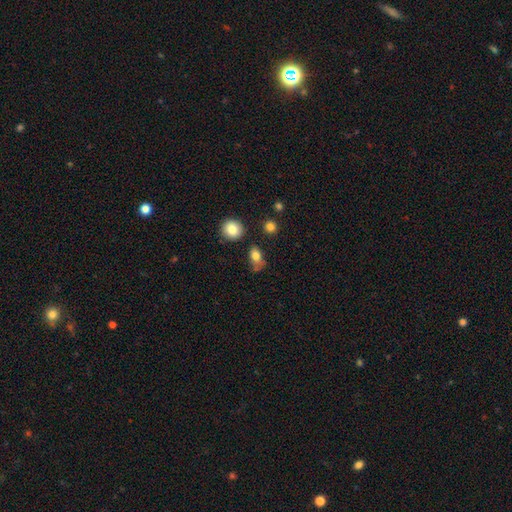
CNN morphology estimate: This is clearly a smooth galaxy (80%). How rounded: likely in between (68%). Merging: possibly none (55%).